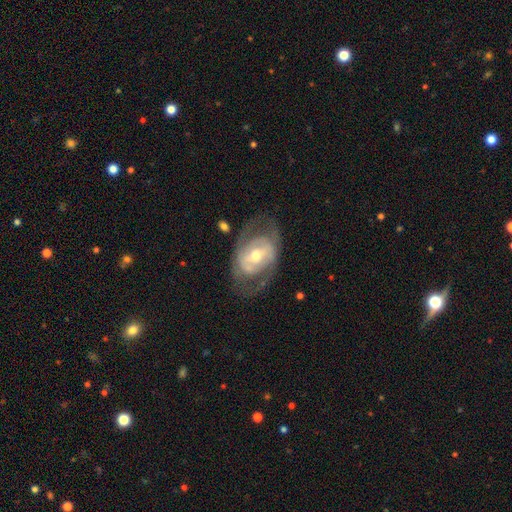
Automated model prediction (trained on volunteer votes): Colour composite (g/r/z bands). It shows a featured or disk galaxy (74%) with a weak bar (38%), spiral arms (55%) and a moderate central bulge (65%). Merging: none (63%).